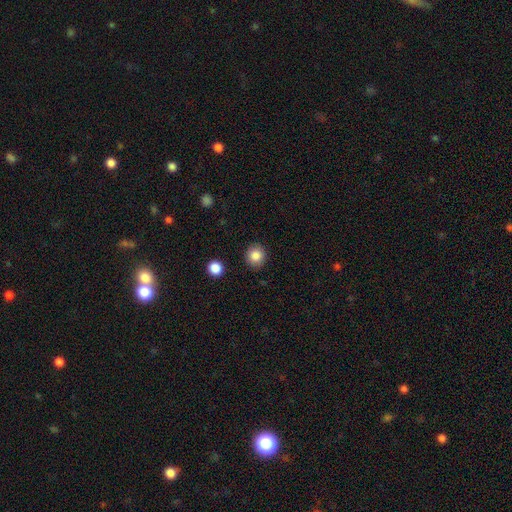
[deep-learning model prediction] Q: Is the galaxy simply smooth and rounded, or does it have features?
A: smooth — 85%.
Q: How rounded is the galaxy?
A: round — 84%.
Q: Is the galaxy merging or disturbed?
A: none — 89%.